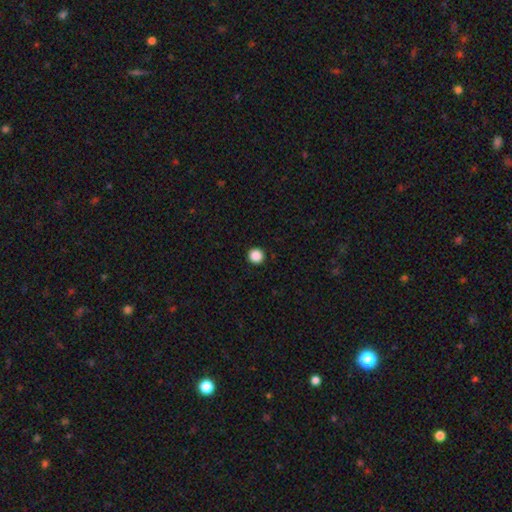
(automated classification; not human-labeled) The model was most divided on "smooth or featured": smooth: 87%, star or artifact: 10%, featured or disk: 2%. More confident: how rounded — round (96%); merging — none (94%).